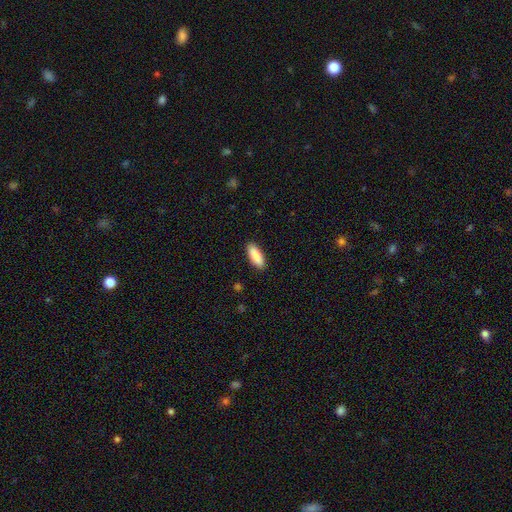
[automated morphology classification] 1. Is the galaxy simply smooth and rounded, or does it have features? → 90% smooth, 6% star or artifact, 4% featured or disk.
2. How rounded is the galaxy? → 67% in between, 31% cigar-shaped, 2% round.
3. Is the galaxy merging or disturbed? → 90% none, 7% minor disturbance, 2% major disturbance, 1% merger.